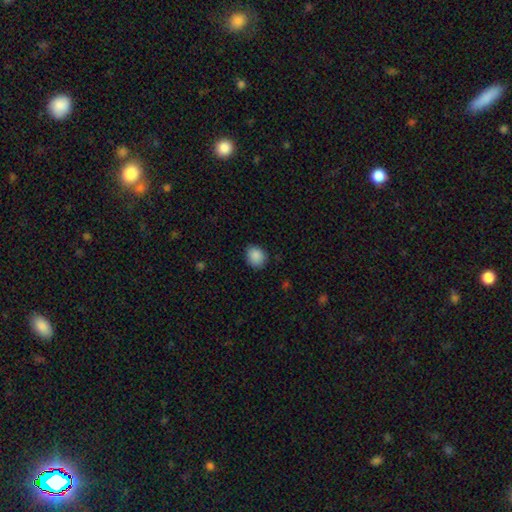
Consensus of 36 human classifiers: A smooth galaxy with no disk features (89%) that is round (78%).

Vote fractions:
- Smooth or featured? smooth: 89% / featured or disk: 6% / star or artifact: 6%
- How rounded? round: 78% / in between: 22% / cigar-shaped: 0%
- Merging? none: 82% / minor disturbance: 18% / major disturbance: 0% / merger: 0%